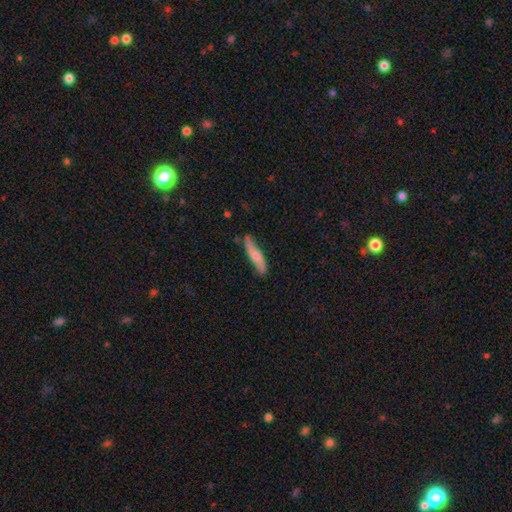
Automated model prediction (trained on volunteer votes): Overall: smooth (47%, tied with featured or disk). Merging: none (75%).